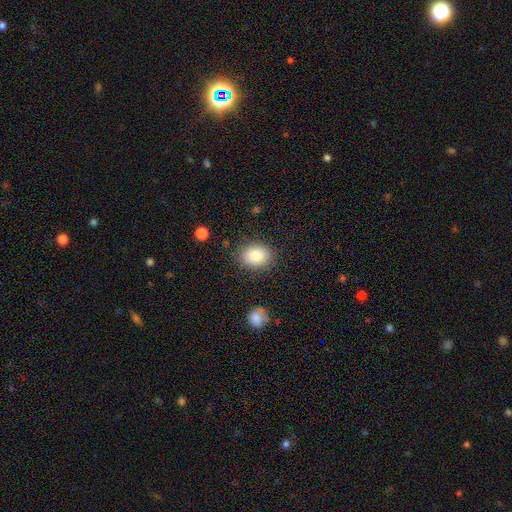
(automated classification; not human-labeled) Smooth or featured?
  - smooth: 84% *
  - star or artifact: 8%
  - featured or disk: 8%
How rounded?
  - in between: 67% *
  - round: 32%
  - cigar-shaped: 1%
Merging?
  - none: 84% *
  - minor disturbance: 11%
  - major disturbance: 3%
  - merger: 2%